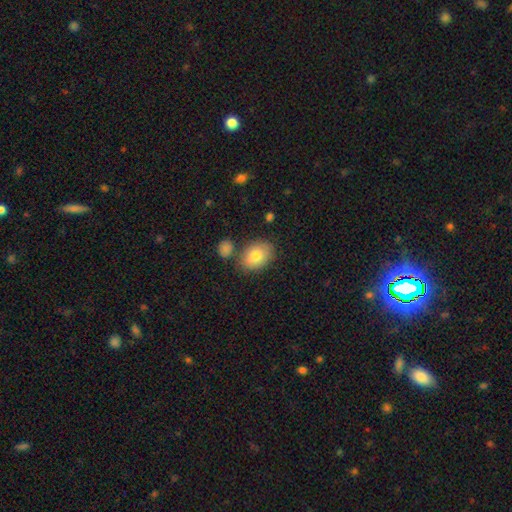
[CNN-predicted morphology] smooth_or_featured: smooth (p=0.80) [alt: featured or disk p=0.12]
how_rounded: in between (p=0.79) [alt: round p=0.20]
merging: none (p=0.72) [alt: minor disturbance p=0.15]